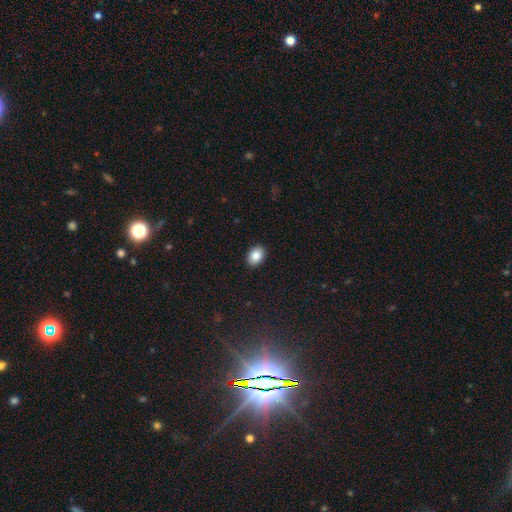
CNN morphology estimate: A smooth galaxy with no disk features (86%) that is in between round and cigar-shaped (79%). Merging: none (90%).